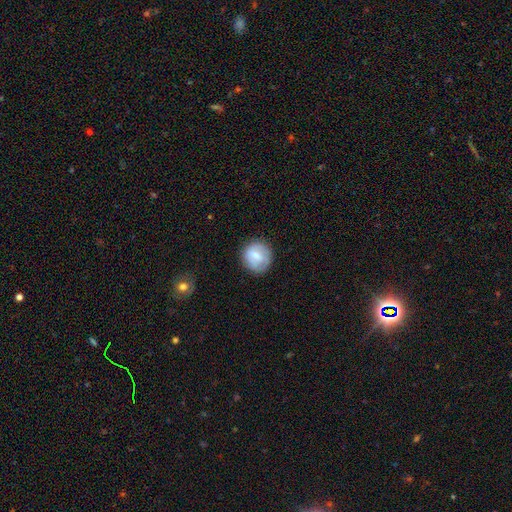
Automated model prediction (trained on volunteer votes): The model was most divided on "smooth or featured": smooth: 64%, featured or disk: 29%, star or artifact: 7%. More confident: how rounded — round (87%); merging — none (78%).